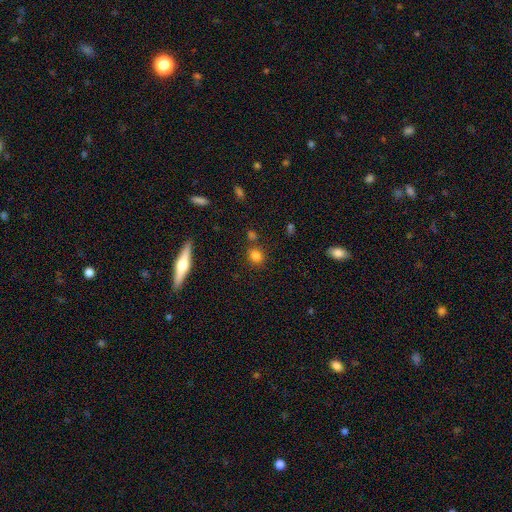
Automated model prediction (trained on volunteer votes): smooth_or_featured: smooth (p=0.81) [alt: star or artifact p=0.12]
how_rounded: round (p=0.72) [alt: in between p=0.26]
merging: none (p=0.80) [alt: minor disturbance p=0.10]